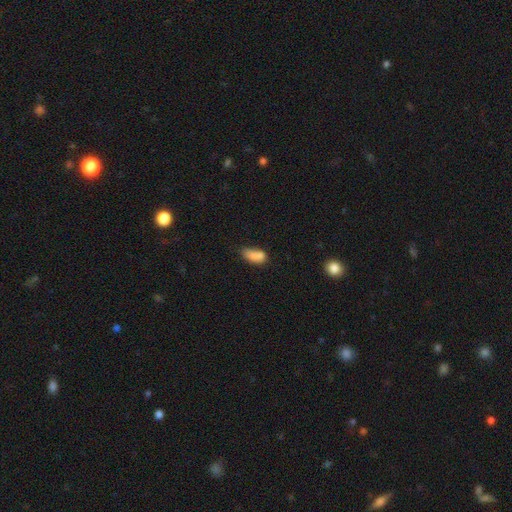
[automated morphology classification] Smooth or featured?
  - smooth: 78% *
  - featured or disk: 12%
  - star or artifact: 10%
How rounded?
  - in between: 84% *
  - cigar-shaped: 11%
  - round: 6%
Merging?
  - none: 37% *
  - minor disturbance: 27%
  - merger: 25%
  - major disturbance: 11%